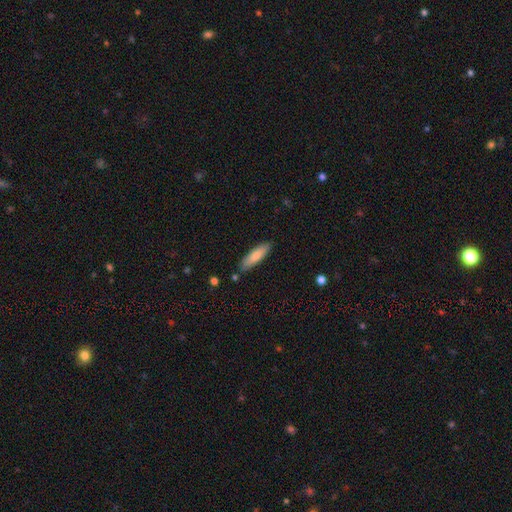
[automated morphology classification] The model was most divided on "how rounded": cigar-shaped: 65%, in between: 33%, round: 1%. More confident: merging — none (85%); smooth or featured — smooth (79%).